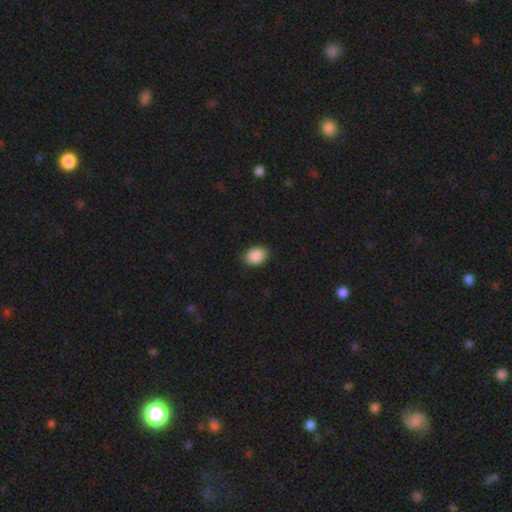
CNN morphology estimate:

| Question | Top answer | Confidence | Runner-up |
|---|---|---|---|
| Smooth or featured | smooth | 89% | star or artifact (8%) |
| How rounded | in between | 66% | round (33%) |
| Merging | none | 88% | minor disturbance (9%) |